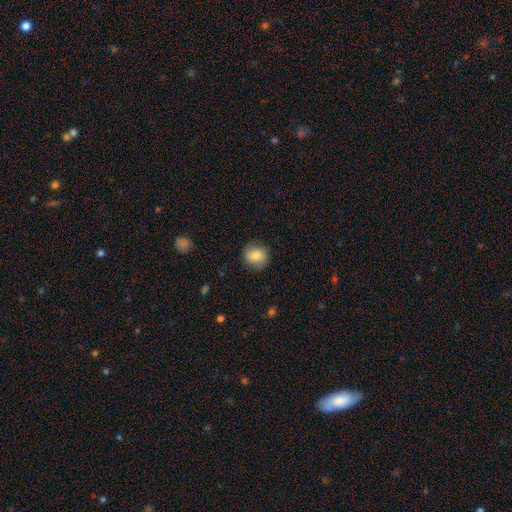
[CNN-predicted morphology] smooth-or-featured: smooth: 77% | featured or disk: 14% | star or artifact: 8%
  how-rounded: round: 84% | in between: 15% | cigar-shaped: 1%
  merging: none: 84% | minor disturbance: 11% | major disturbance: 3% | merger: 1%